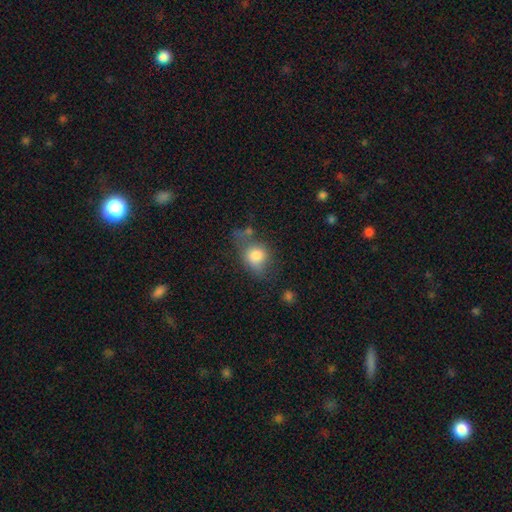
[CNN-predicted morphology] Smooth or featured? smooth (78%)
How rounded? in between (50%)
Merging? none (40%)